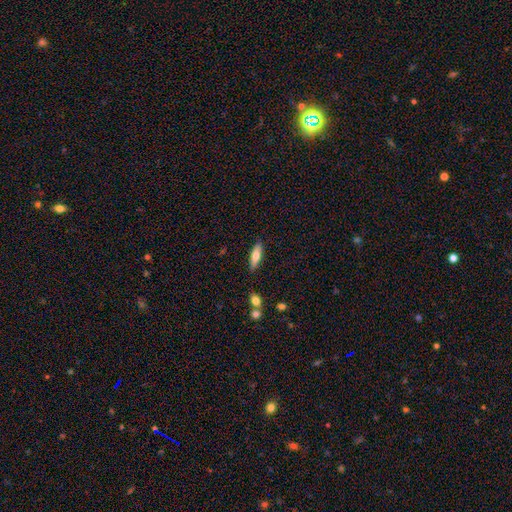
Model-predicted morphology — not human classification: This appears to be a smooth galaxy with no disk features (66%) that is cigar-shaped (55%). Merging: none (85%).